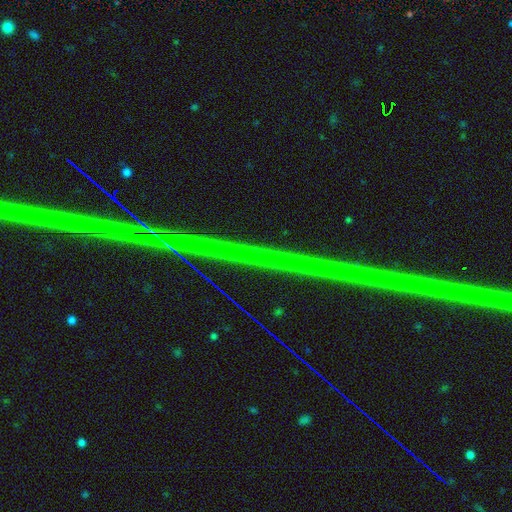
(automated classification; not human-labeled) smooth_or_featured: star or artifact (p=0.88) [alt: featured or disk p=0.09]